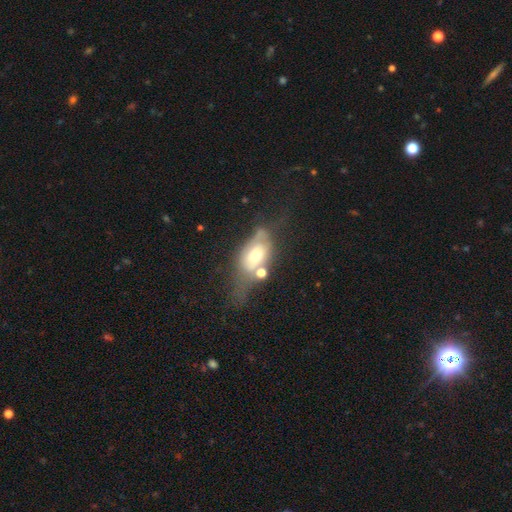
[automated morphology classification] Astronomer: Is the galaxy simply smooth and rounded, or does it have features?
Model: smooth — 47% (runner-up: featured or disk, 44%).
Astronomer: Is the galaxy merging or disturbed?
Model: major disturbance — 30% (runner-up: none, 26%).